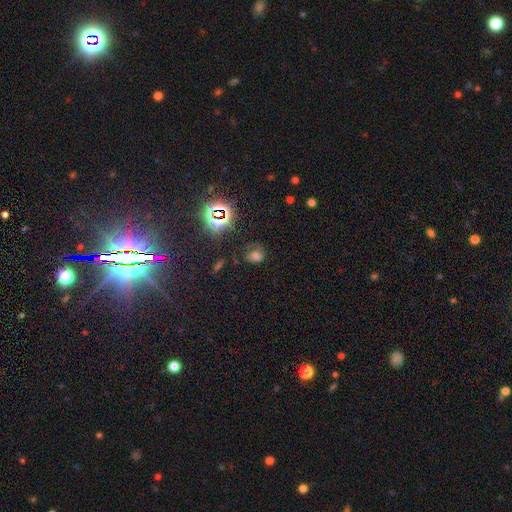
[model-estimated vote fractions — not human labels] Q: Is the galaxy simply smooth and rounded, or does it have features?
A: smooth — 52%.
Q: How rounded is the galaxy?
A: round — 53%.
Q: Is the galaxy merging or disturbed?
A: none — 52%.